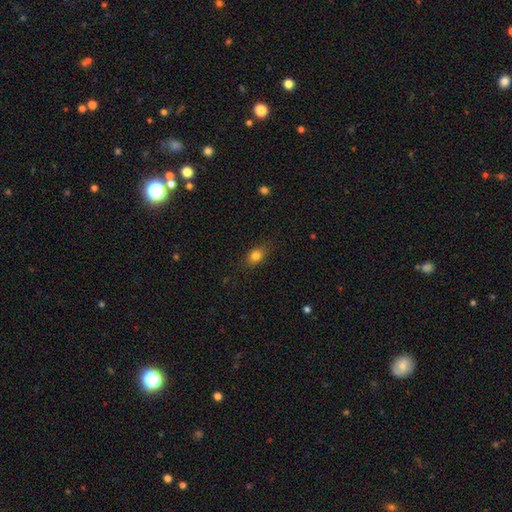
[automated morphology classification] smooth 81%, star or artifact 11%, featured or disk 9%. Down the decision tree: how rounded — in between (66%); merging — none (81%).